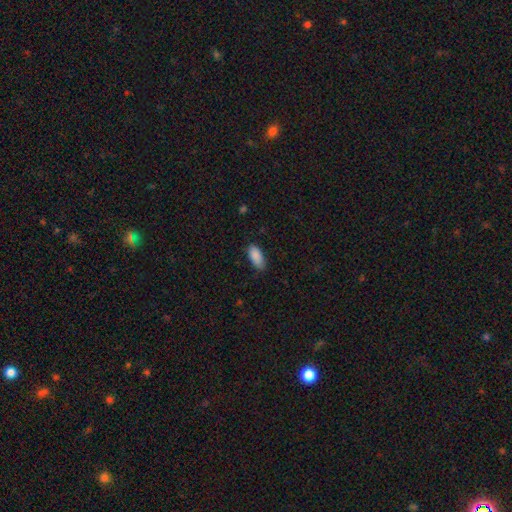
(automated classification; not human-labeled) smooth-or-featured: smooth: 89% | star or artifact: 7% | featured or disk: 5%
  how-rounded: in between: 89% | cigar-shaped: 9% | round: 2%
  merging: none: 78% | minor disturbance: 18% | major disturbance: 3% | merger: 1%